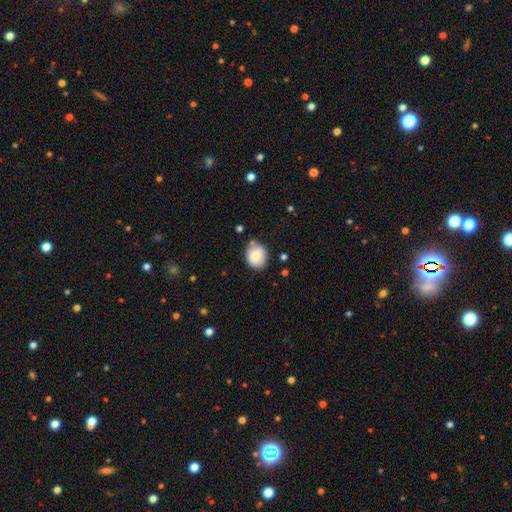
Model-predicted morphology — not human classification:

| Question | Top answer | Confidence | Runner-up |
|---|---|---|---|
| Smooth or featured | smooth | 81% | featured or disk (11%) |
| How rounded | round | 60% | in between (39%) |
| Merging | none | 70% | minor disturbance (20%) |